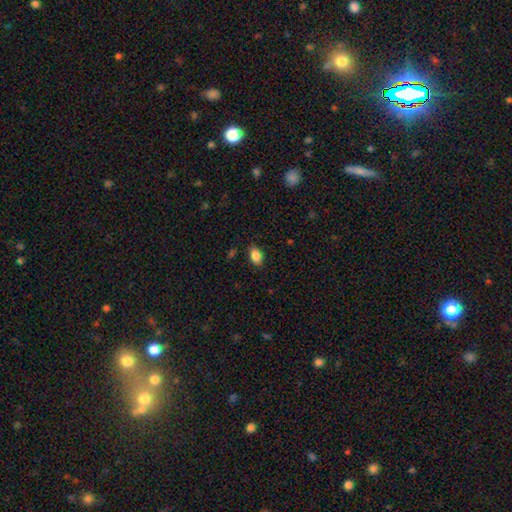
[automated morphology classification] smooth-or-featured: smooth: 87% | star or artifact: 9% | featured or disk: 5%
  how-rounded: in between: 87% | round: 11% | cigar-shaped: 2%
  merging: none: 85% | minor disturbance: 11% | major disturbance: 3% | merger: 1%